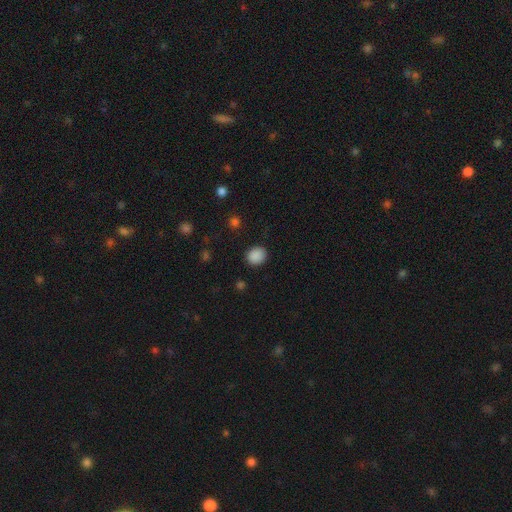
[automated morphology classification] Smooth or featured? smooth (88%)
How rounded? round (77%)
Merging? none (89%)